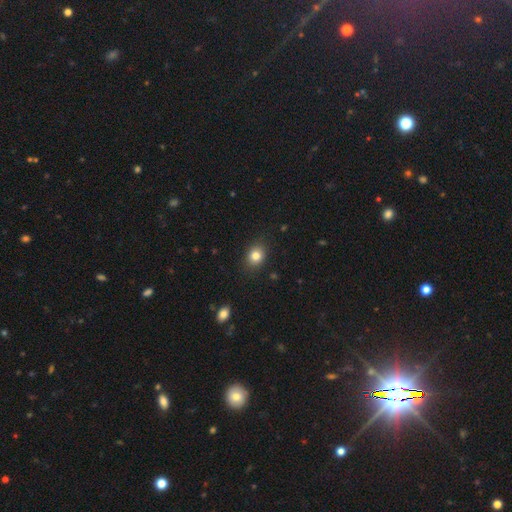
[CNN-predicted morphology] A smooth galaxy with no disk features (82%) that is round (55%). Merging: none (86%).